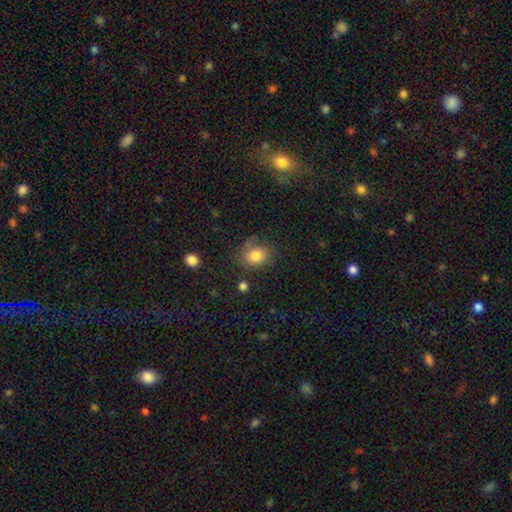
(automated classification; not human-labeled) The model was most divided on "how rounded": round: 61%, in between: 38%, cigar-shaped: 1%. More confident: smooth or featured — smooth (81%); merging — none (67%).